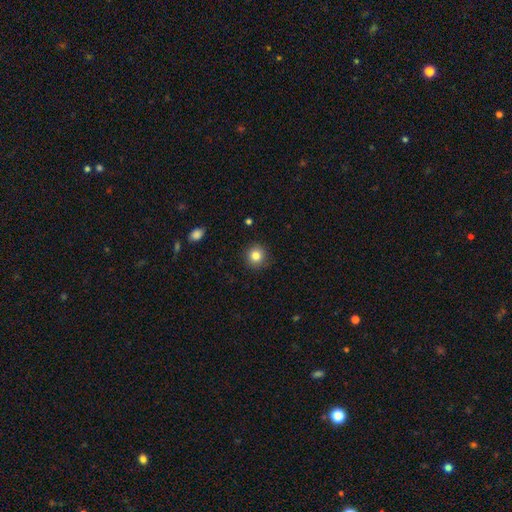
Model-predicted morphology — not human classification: Smooth or featured: smooth — 83% (star or artifact — 11%)
How rounded: round — 92% (in between — 7%)
Merging: none — 90% (minor disturbance — 7%)